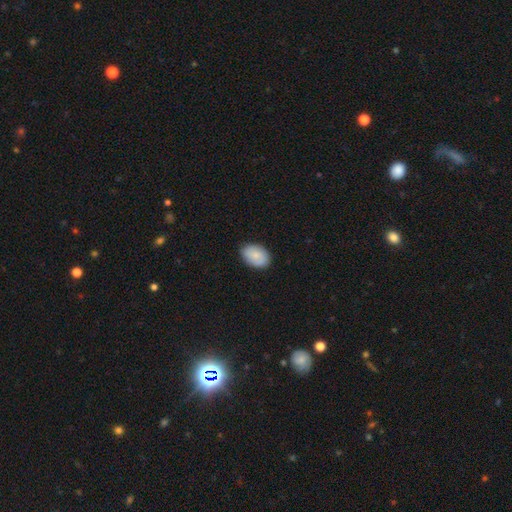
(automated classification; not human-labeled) Smooth or featured? Predicted: smooth (p=0.80). How rounded? Predicted: in between (p=0.84). Merging? Predicted: none (p=0.81).